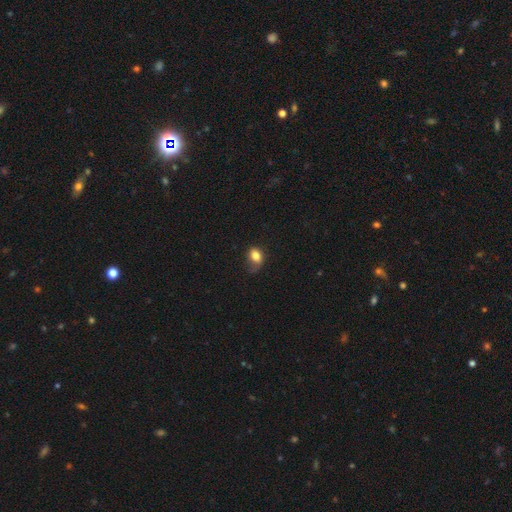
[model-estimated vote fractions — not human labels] This appears to be a smooth galaxy with no disk features (80%) that is in between round and cigar-shaped (69%). Merging: none (41%).